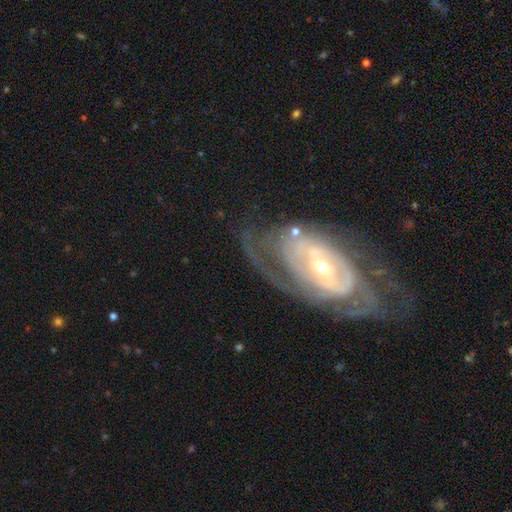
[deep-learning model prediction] This is clearly a featured or disk galaxy (85%). It is clearly not viewed edge-on (93%). Bar: marginally no (39%). Spiral arm pattern: clearly yes (86%). Spiral arm count: marginally can't tell (39%). Spiral winding: likely tight (61%). Central bulge: possibly small (59%). Merging: likely none (64%).